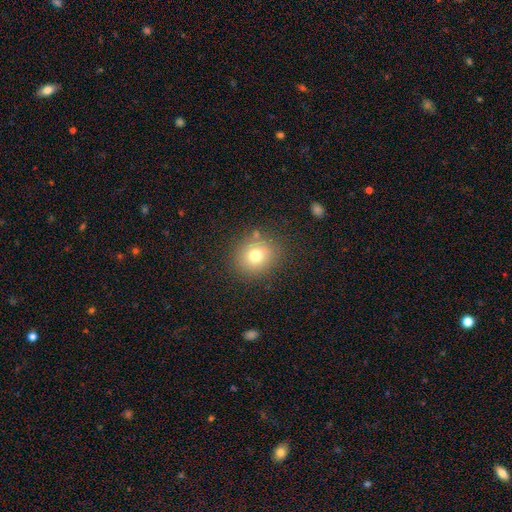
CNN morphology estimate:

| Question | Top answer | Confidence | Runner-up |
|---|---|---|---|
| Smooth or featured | smooth | 74% | star or artifact (14%) |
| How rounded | round | 79% | in between (20%) |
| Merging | none | 82% | minor disturbance (10%) |